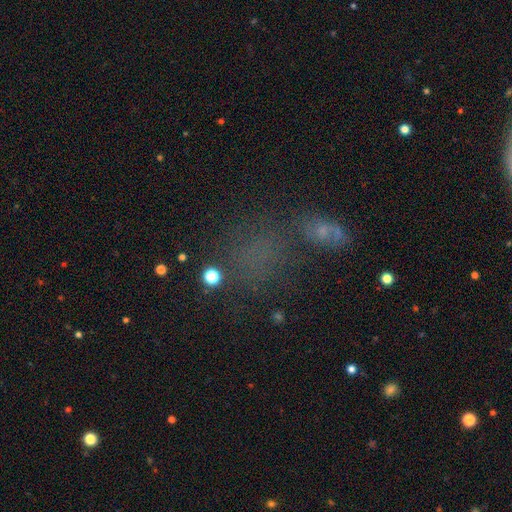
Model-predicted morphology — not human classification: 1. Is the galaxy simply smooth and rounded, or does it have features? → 48% star or artifact, 38% smooth, 14% featured or disk.